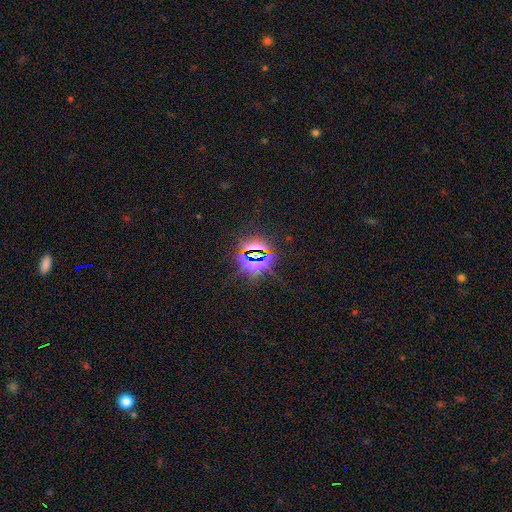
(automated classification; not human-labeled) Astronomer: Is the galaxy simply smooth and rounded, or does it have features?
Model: star or artifact — 80%.